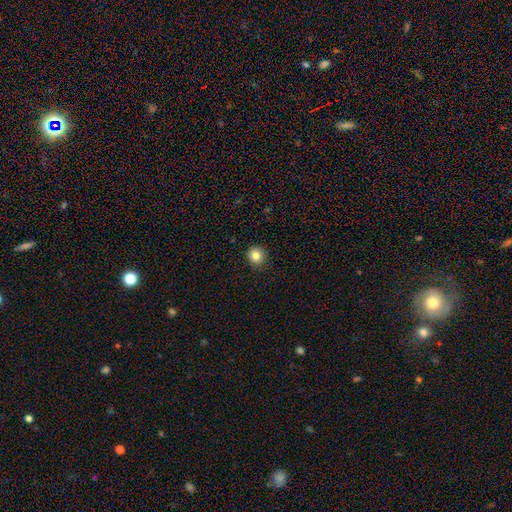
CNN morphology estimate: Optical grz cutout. It shows a smooth galaxy with no disk features (84%) that is round (90%). Merging: none (89%).